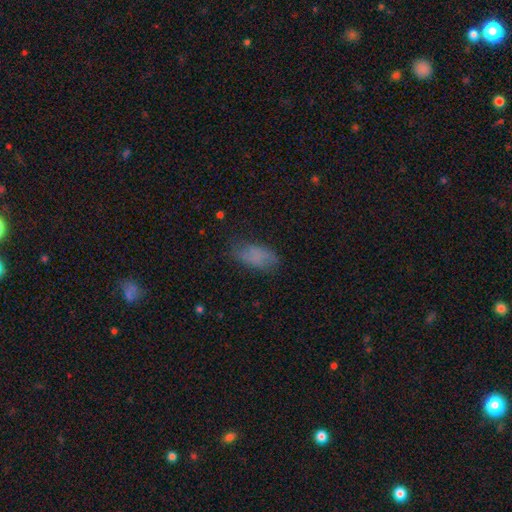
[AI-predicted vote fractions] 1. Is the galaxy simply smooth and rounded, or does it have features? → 74% smooth, 16% featured or disk, 10% star or artifact.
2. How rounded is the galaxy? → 88% in between, 9% cigar-shaped, 3% round.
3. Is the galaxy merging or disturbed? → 66% none, 23% minor disturbance, 10% major disturbance, 2% merger.